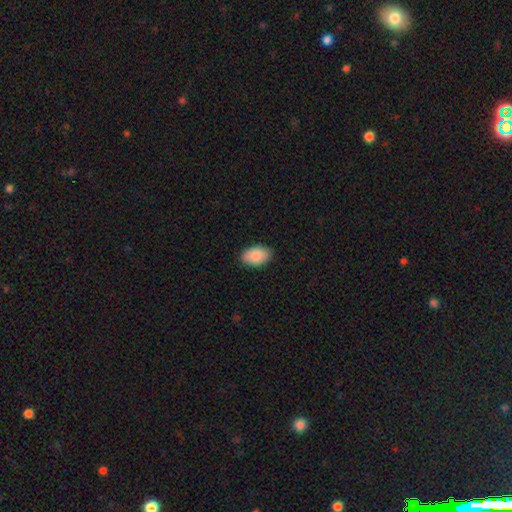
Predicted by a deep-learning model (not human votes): A smooth galaxy with no disk features (89%) that is in between round and cigar-shaped (93%). Merging: none (87%).